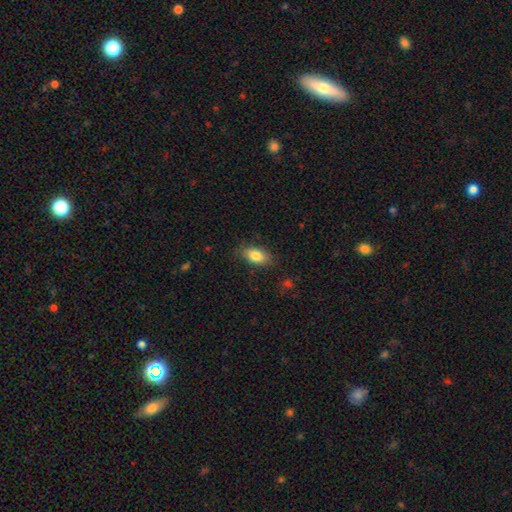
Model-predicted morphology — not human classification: This appears to be a smooth galaxy with no disk features (83%) that is in between round and cigar-shaped (90%). Merging: none (82%).